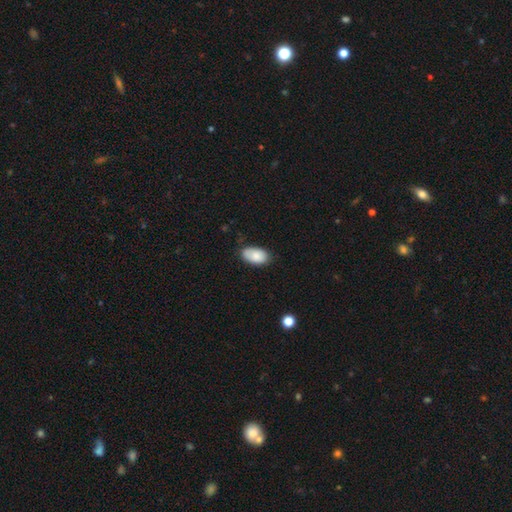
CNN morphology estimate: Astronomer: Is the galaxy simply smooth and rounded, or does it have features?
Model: smooth — 84%.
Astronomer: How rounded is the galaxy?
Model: in between — 94%.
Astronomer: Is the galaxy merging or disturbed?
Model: none — 74%.